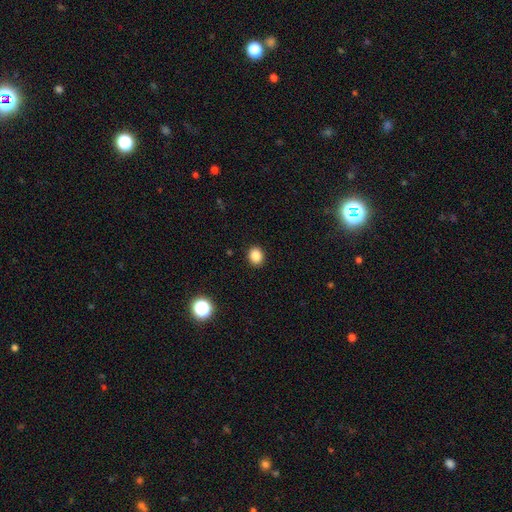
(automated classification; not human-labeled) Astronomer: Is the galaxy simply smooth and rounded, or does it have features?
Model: smooth — 85%.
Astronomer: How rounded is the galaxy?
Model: round — 61% (runner-up: in between, 39%).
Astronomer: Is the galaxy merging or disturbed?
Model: none — 91%.